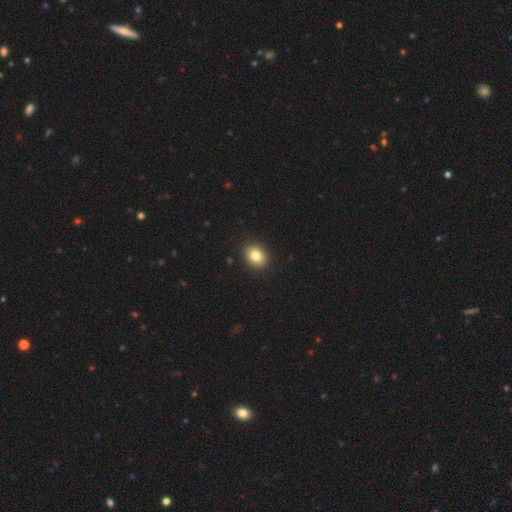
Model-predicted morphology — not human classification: Smooth or featured: smooth — 83% (star or artifact — 10%)
How rounded: in between — 51% (round — 48%)
Merging: none — 91% (minor disturbance — 6%)